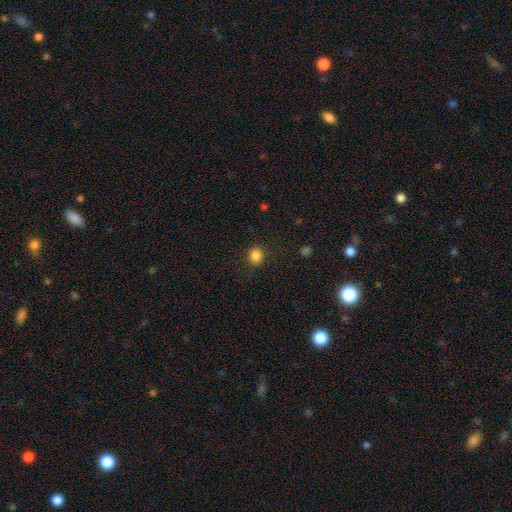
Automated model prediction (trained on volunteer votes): Overall: smooth (85%). How rounded: round (72%). Merging: none (87%).